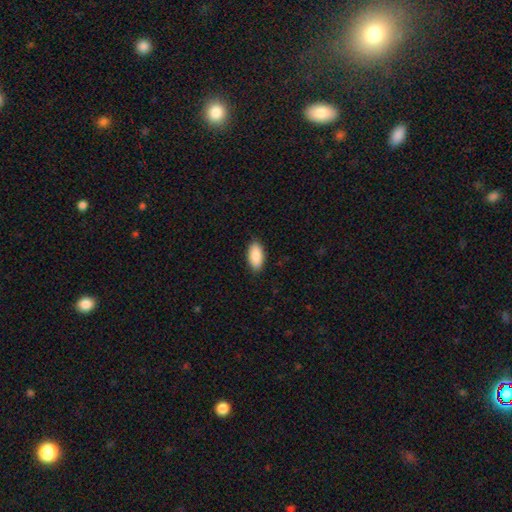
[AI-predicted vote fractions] Overall: smooth (89%). How rounded: in between (93%). Merging: none (87%).